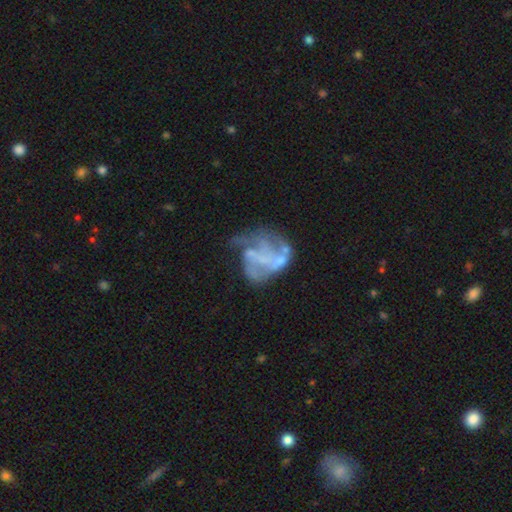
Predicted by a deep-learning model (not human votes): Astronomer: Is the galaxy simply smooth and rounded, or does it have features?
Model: featured or disk — 68%.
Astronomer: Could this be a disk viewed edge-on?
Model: no — 98%.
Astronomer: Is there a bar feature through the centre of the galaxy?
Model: no — 72%.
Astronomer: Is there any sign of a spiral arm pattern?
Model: no — 58% (runner-up: yes, 42%).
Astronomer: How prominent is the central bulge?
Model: none — 65%.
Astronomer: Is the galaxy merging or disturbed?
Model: major disturbance — 42% (runner-up: none, 28%).